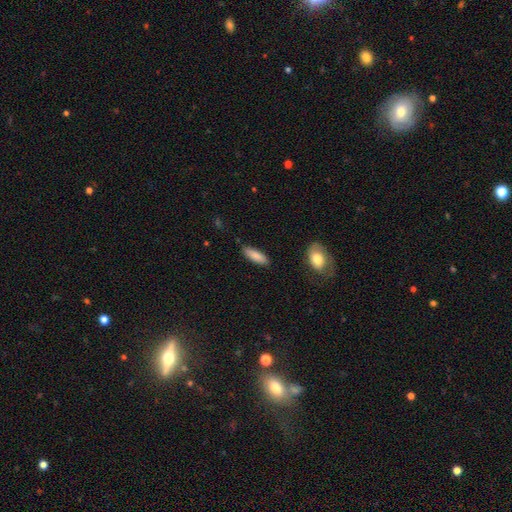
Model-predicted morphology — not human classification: Smooth or featured: smooth — 84% (featured or disk — 10%)
How rounded: in between — 51% (cigar-shaped — 48%)
Merging: none — 86% (minor disturbance — 10%)